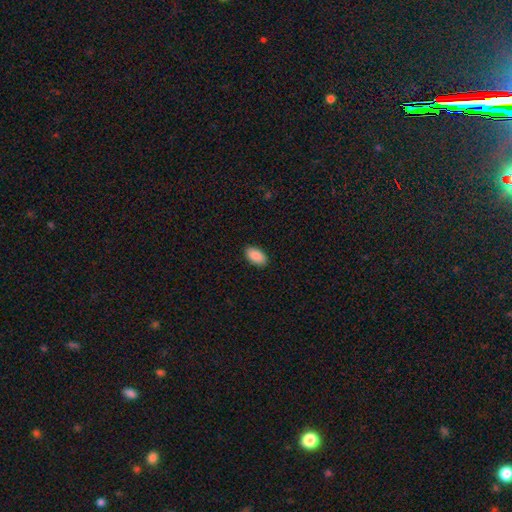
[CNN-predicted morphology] A smooth galaxy with no disk features (90%) that is in between round and cigar-shaped (95%).

Vote fractions:
- Smooth or featured? smooth: 90% / star or artifact: 6% / featured or disk: 3%
- How rounded? in between: 95% / round: 3% / cigar-shaped: 2%
- Merging? none: 90% / minor disturbance: 7% / major disturbance: 2% / merger: 1%